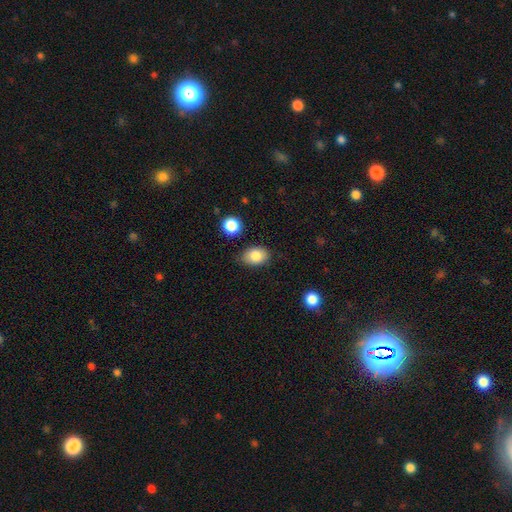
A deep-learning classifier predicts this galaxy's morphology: Smooth or featured?
  - smooth: 83% *
  - star or artifact: 8%
  - featured or disk: 8%
How rounded?
  - in between: 78% *
  - round: 21%
  - cigar-shaped: 1%
Merging?
  - none: 78% *
  - minor disturbance: 16%
  - merger: 3%
  - major disturbance: 3%